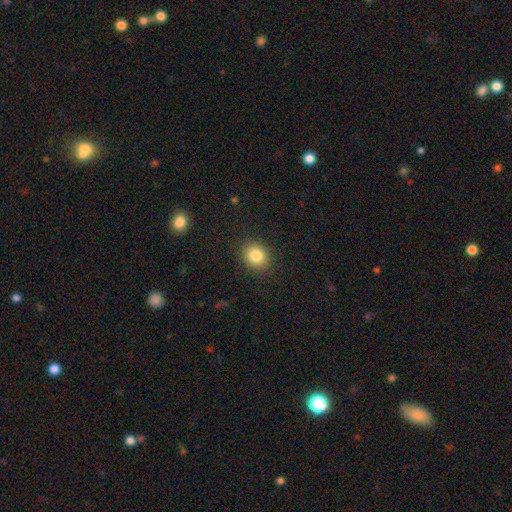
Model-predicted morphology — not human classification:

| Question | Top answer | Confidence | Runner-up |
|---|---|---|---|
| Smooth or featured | smooth | 84% | star or artifact (10%) |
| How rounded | round | 69% | in between (30%) |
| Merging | none | 88% | minor disturbance (8%) |